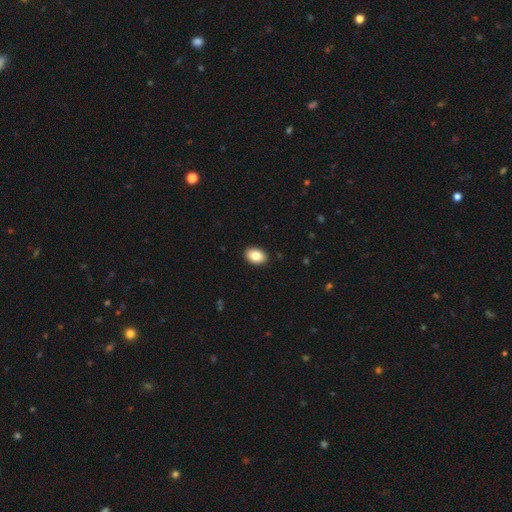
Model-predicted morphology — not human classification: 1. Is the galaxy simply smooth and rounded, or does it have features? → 85% smooth, 7% star or artifact, 7% featured or disk.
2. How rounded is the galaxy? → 85% in between, 14% round, 1% cigar-shaped.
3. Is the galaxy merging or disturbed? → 91% none, 7% minor disturbance, 2% major disturbance, 1% merger.